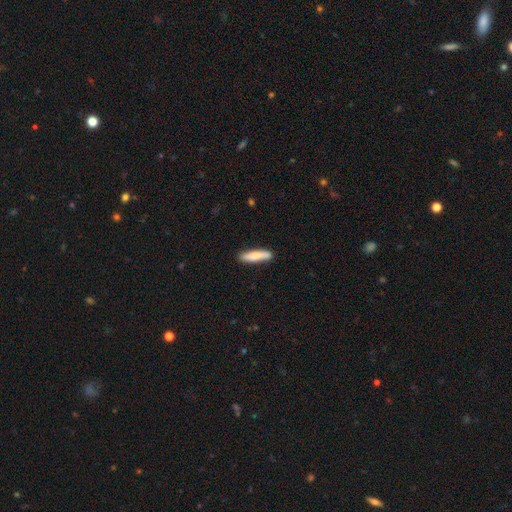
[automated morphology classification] Smooth or featured: smooth — 80% (featured or disk — 15%)
How rounded: cigar-shaped — 79% (in between — 20%)
Merging: none — 84% (minor disturbance — 12%)